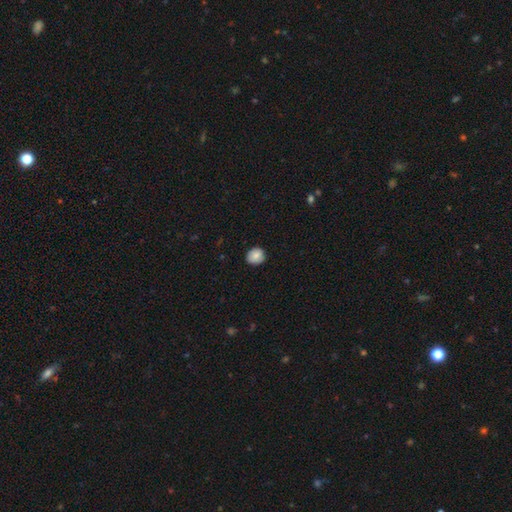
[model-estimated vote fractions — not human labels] This appears to be a smooth galaxy with no disk features (84%) that is round (78%). Merging: none (85%).